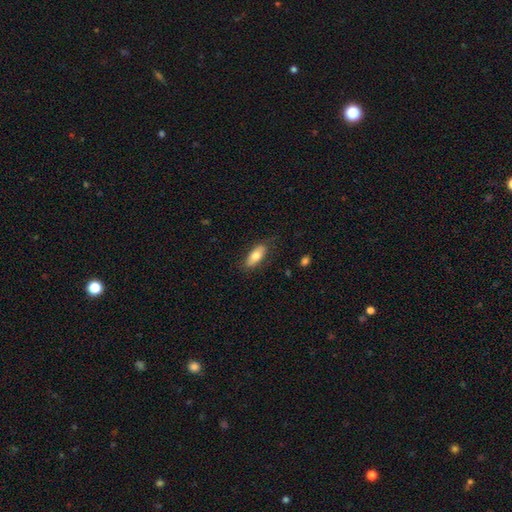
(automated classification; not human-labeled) Smooth or featured? Predicted: smooth (p=0.73). How rounded? Predicted: in between (p=0.77). Merging? Predicted: none (p=0.79).